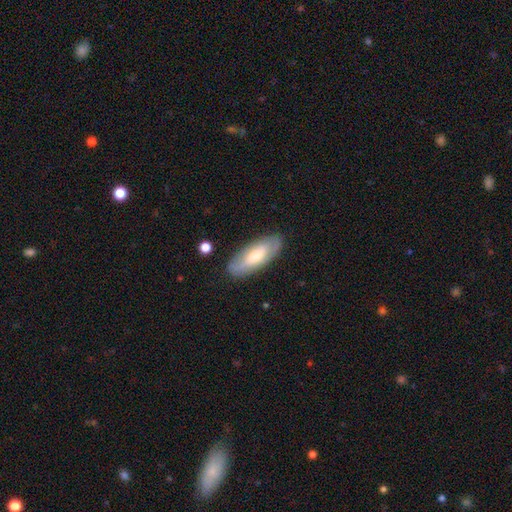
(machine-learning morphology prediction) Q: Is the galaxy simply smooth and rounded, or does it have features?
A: smooth — 56%.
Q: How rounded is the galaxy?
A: in between — 78%.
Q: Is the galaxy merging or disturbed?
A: none — 84%.